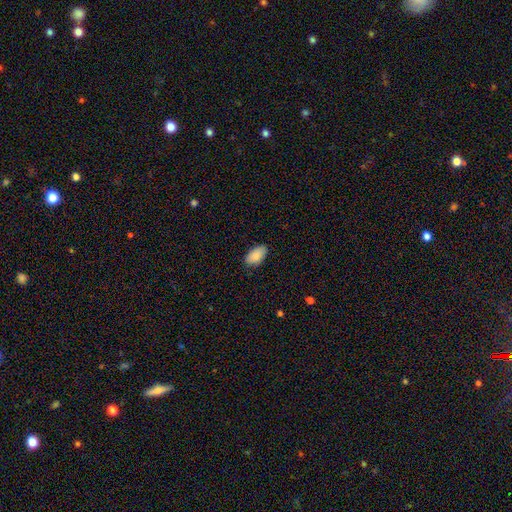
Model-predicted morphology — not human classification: Smooth or featured? smooth (87%)
How rounded? in between (95%)
Merging? none (83%)